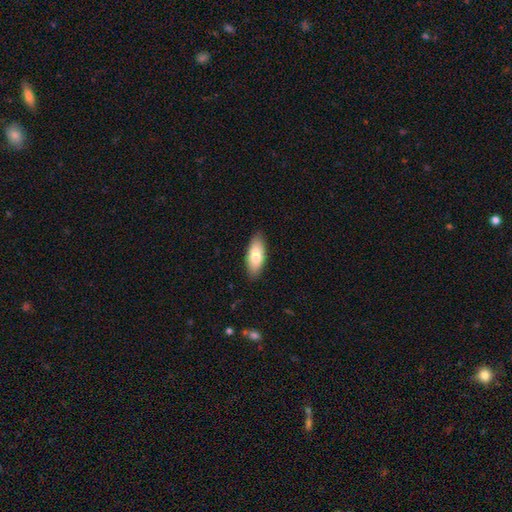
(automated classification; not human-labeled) smooth 81%, featured or disk 13%, star or artifact 6%. Down the decision tree: how rounded — in between (80%); merging — none (86%).